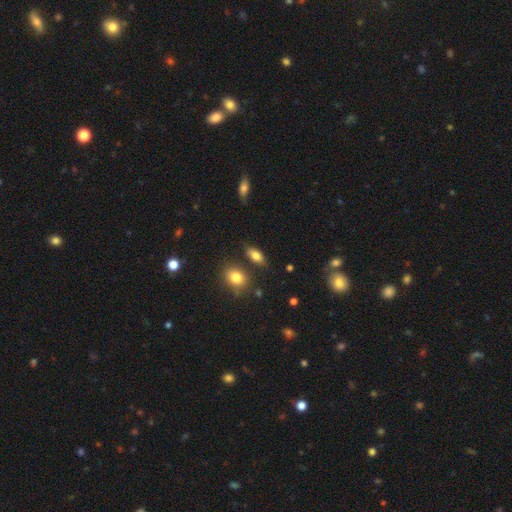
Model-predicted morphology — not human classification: Smooth or featured? Predicted: smooth (p=0.79). How rounded? Predicted: in between (p=0.84). Merging? Predicted: none (p=0.77).